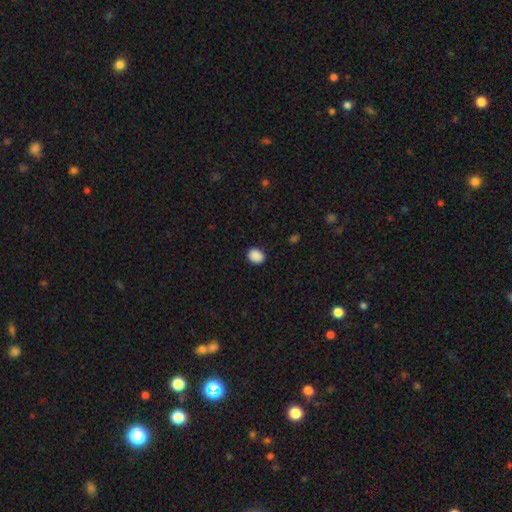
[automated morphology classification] Smooth or featured: smooth — 89% (star or artifact — 8%)
How rounded: round — 50% (in between — 49%)
Merging: none — 89% (minor disturbance — 8%)